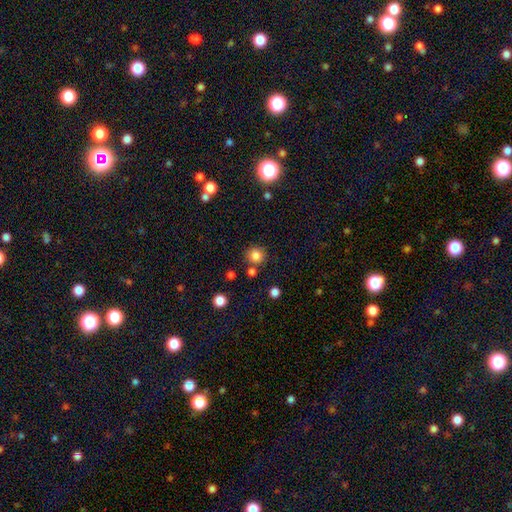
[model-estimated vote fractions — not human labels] Morphology: type=smooth (83%); roundness=round (91%); merging=none (78%).